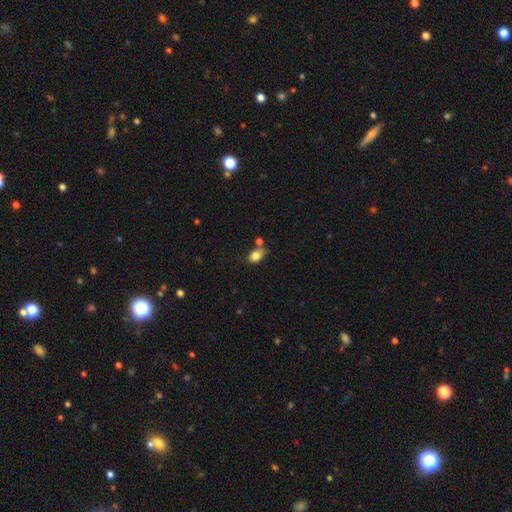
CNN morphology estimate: Smooth or featured? Predicted: smooth (p=0.81). How rounded? Predicted: in between (p=0.72). Merging? Predicted: none (p=0.53).